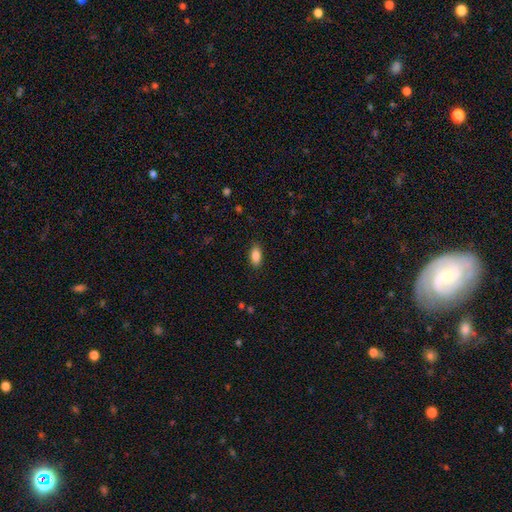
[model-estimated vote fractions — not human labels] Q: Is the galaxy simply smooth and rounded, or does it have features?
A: smooth — 88%.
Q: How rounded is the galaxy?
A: in between — 89%.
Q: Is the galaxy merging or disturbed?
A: none — 88%.